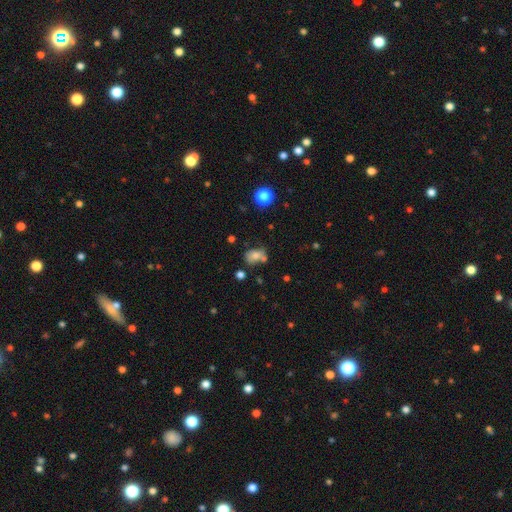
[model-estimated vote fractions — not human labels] This is likely a smooth galaxy (70%). How rounded: likely in between (65%). Merging: possibly none (47%).